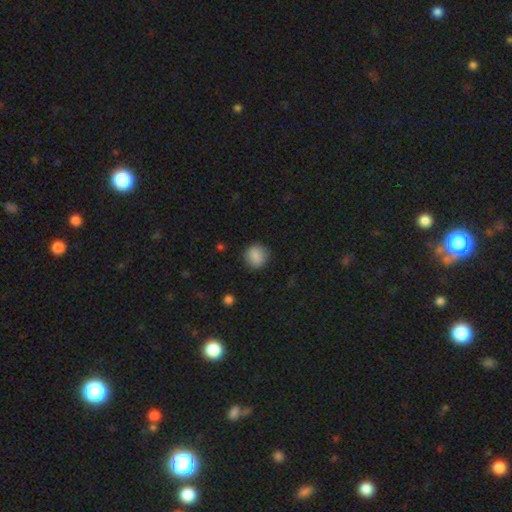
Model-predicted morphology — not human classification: A smooth galaxy with no disk features (87%) that is round (88%). Merging: none (87%).